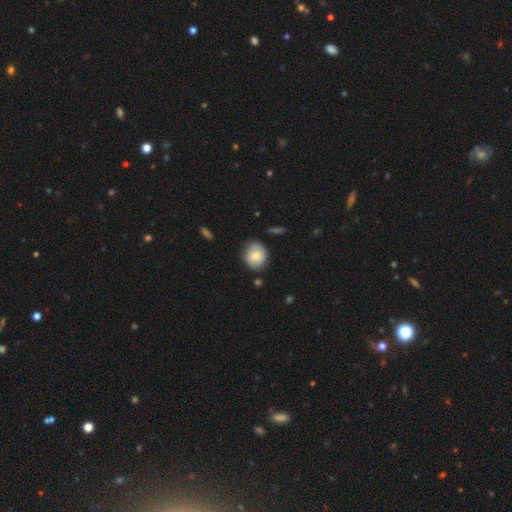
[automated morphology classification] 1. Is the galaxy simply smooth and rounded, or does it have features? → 74% smooth, 19% featured or disk, 7% star or artifact.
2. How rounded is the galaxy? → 66% round, 33% in between, 1% cigar-shaped.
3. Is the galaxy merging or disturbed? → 75% none, 19% minor disturbance, 4% major disturbance, 2% merger.